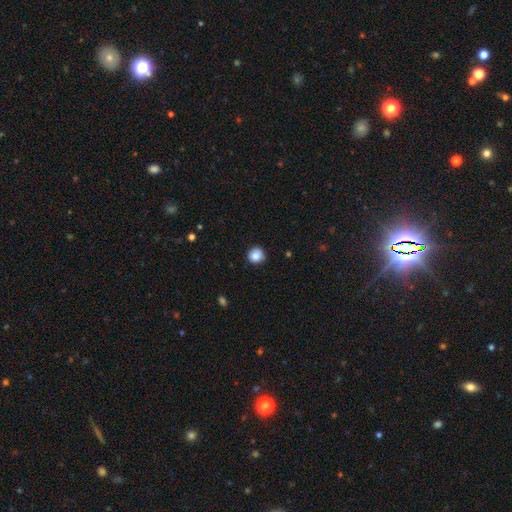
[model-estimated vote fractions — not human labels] smooth-or-featured: smooth: 85% | star or artifact: 9% | featured or disk: 5%
  how-rounded: round: 91% | in between: 8% | cigar-shaped: 1%
  merging: none: 84% | minor disturbance: 12% | major disturbance: 2% | merger: 1%